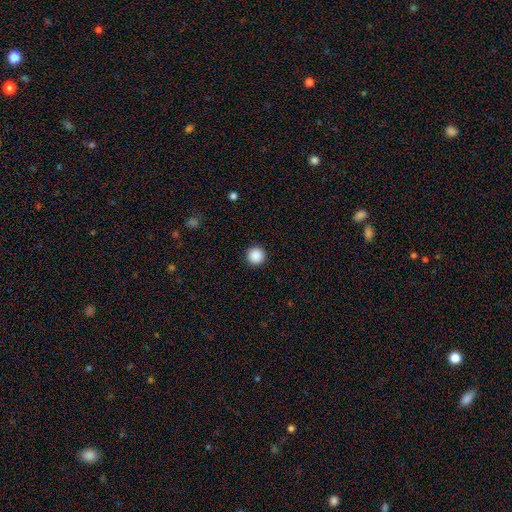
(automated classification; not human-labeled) Smooth or featured? Predicted: smooth (p=0.88). How rounded? Predicted: round (p=0.97). Merging? Predicted: none (p=0.93).